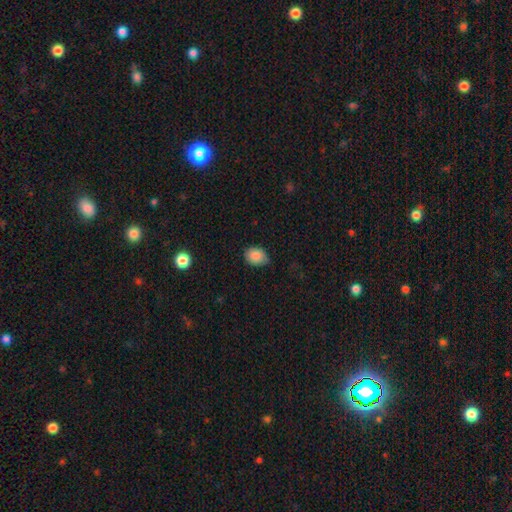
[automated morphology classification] Smooth or featured? Predicted: smooth (p=0.87). How rounded? Predicted: in between (p=0.57). Merging? Predicted: none (p=0.67).